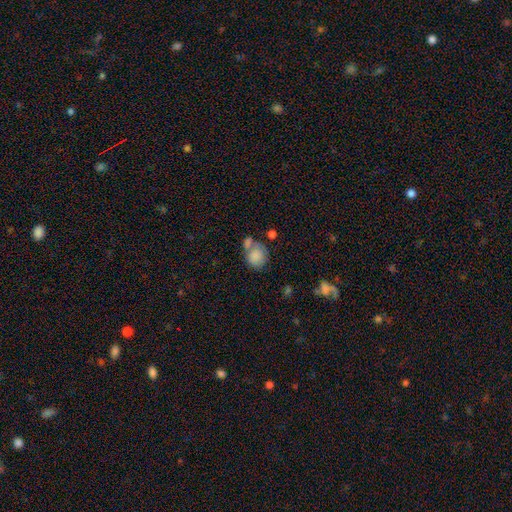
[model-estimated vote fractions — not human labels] smooth 82%, featured or disk 10%, star or artifact 8%. Down the decision tree: how rounded — round (69%); merging — none (40%).